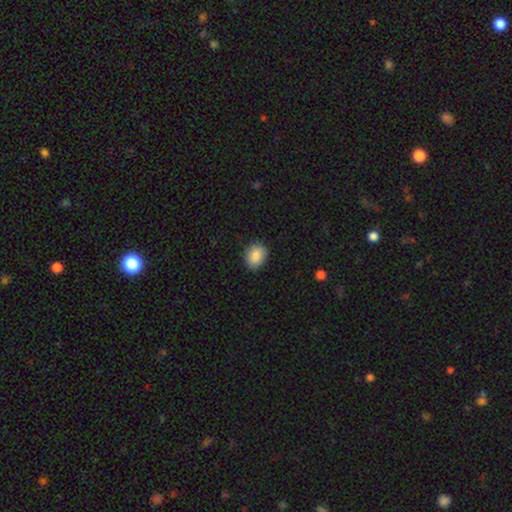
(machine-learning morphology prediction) smooth-or-featured: smooth: 88% | star or artifact: 8% | featured or disk: 5%
  how-rounded: in between: 56% | round: 43% | cigar-shaped: 1%
  merging: none: 86% | minor disturbance: 11% | major disturbance: 2% | merger: 1%